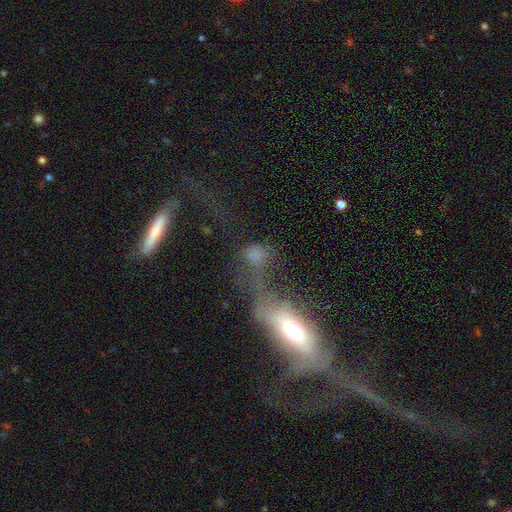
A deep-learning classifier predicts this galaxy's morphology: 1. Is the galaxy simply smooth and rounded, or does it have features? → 53% smooth, 24% featured or disk, 23% star or artifact.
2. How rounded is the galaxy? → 51% in between, 41% round, 8% cigar-shaped.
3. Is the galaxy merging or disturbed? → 44% merger, 25% major disturbance, 21% none, 10% minor disturbance.